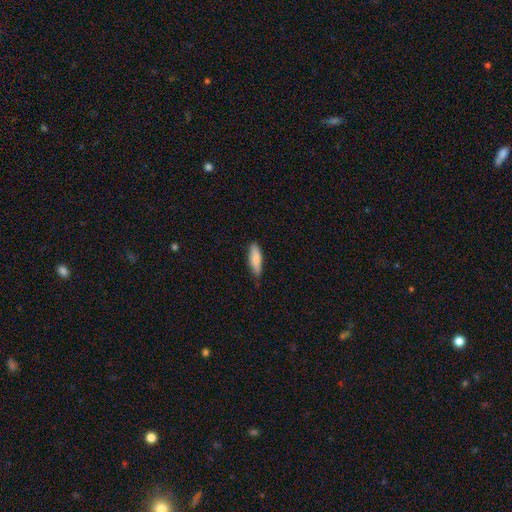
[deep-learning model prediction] A smooth galaxy with no disk features (83%) that is cigar-shaped (58%).

Vote fractions:
- Smooth or featured? smooth: 83% / featured or disk: 11% / star or artifact: 6%
- How rounded? cigar-shaped: 58% / in between: 40% / round: 2%
- Merging? none: 75% / minor disturbance: 21% / major disturbance: 3% / merger: 1%